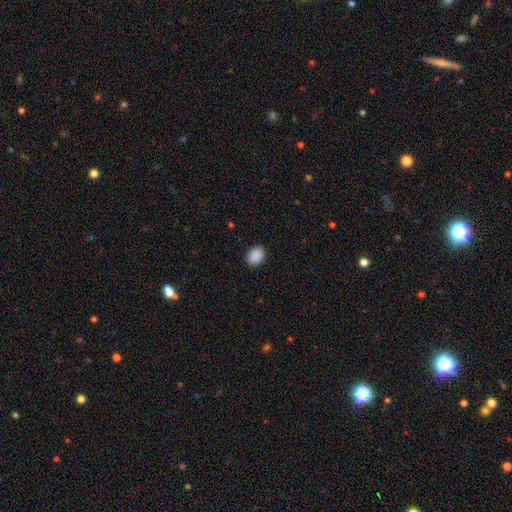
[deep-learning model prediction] Smooth or featured?
  - smooth: 90% *
  - star or artifact: 8%
  - featured or disk: 2%
How rounded?
  - in between: 61% *
  - round: 38%
  - cigar-shaped: 1%
Merging?
  - none: 89% *
  - minor disturbance: 8%
  - major disturbance: 2%
  - merger: 1%